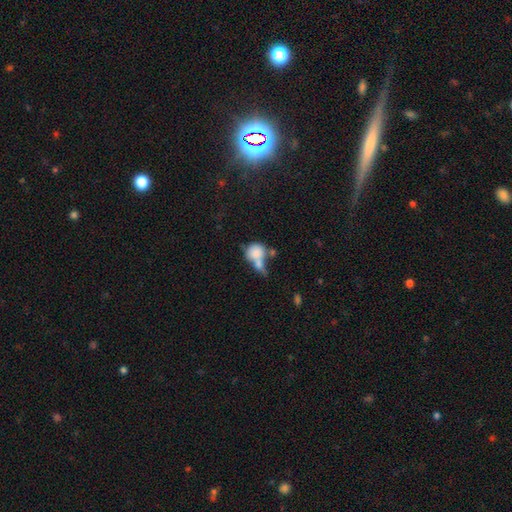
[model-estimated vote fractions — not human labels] Smooth or featured?
  - smooth: 76% *
  - featured or disk: 16%
  - star or artifact: 8%
How rounded?
  - round: 67% *
  - in between: 31%
  - cigar-shaped: 2%
Merging?
  - merger: 57% *
  - none: 21%
  - minor disturbance: 12%
  - major disturbance: 11%